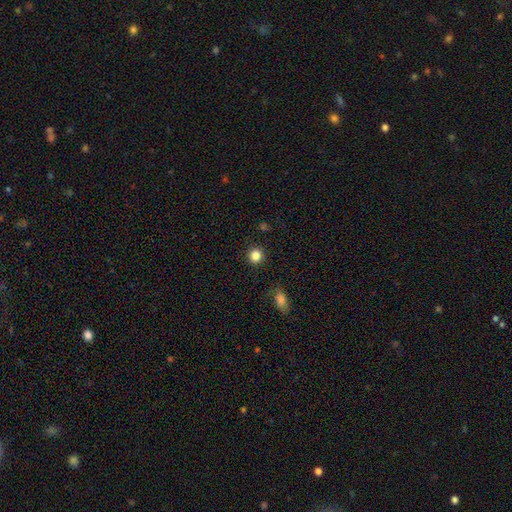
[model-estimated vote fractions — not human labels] A smooth galaxy with no disk features (84%) that is round (91%).

Vote fractions:
- Smooth or featured? smooth: 84% / star or artifact: 11% / featured or disk: 5%
- How rounded? round: 91% / in between: 8% / cigar-shaped: 1%
- Merging? none: 91% / minor disturbance: 5% / major disturbance: 2% / merger: 1%